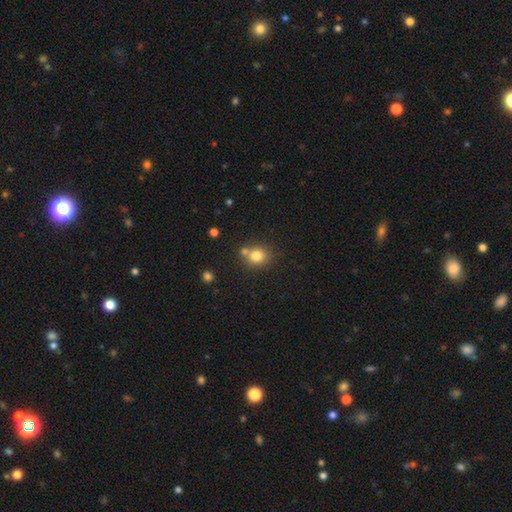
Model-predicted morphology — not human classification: Q: Smooth or featured?
A: smooth (80%); runner-up: star or artifact (12%)
Q: How rounded?
A: round (76%); runner-up: in between (23%)
Q: Merging?
A: none (63%); runner-up: merger (23%)